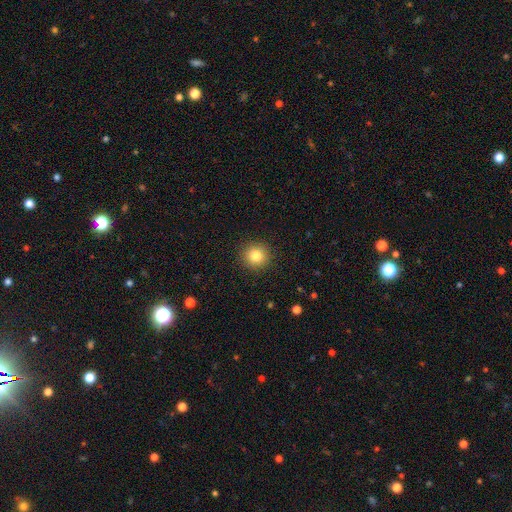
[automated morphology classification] A smooth galaxy with no disk features (83%) that is round (94%).

Vote fractions:
- Smooth or featured? smooth: 83% / star or artifact: 11% / featured or disk: 6%
- How rounded? round: 94% / in between: 6% / cigar-shaped: 1%
- Merging? none: 92% / minor disturbance: 5% / major disturbance: 2% / merger: 1%